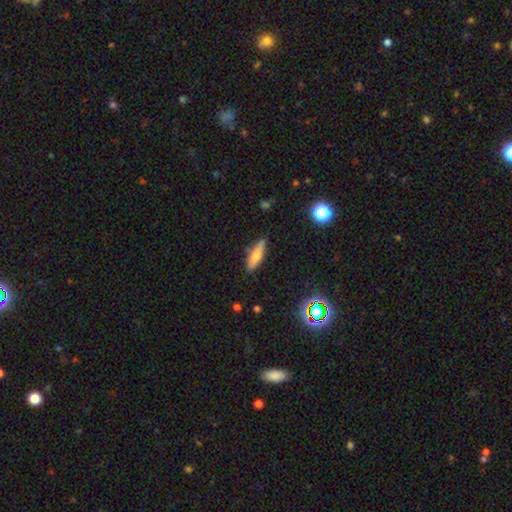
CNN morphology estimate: Q: Smooth or featured?
A: smooth (62%); runner-up: featured or disk (30%)
Q: How rounded?
A: cigar-shaped (60%); runner-up: in between (38%)
Q: Merging?
A: none (84%); runner-up: minor disturbance (12%)